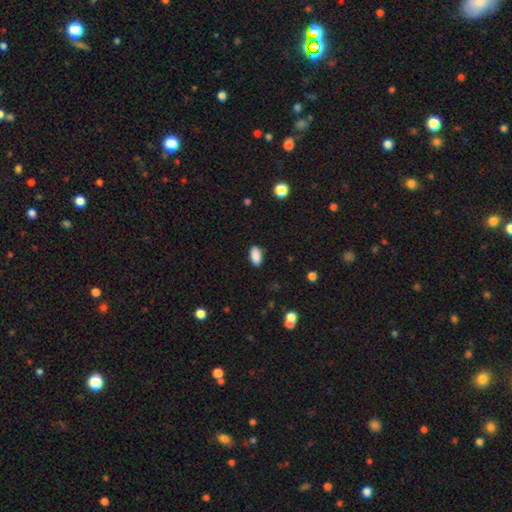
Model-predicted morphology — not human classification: Smooth or featured?
  - smooth: 89% *
  - star or artifact: 8%
  - featured or disk: 4%
How rounded?
  - in between: 91% *
  - cigar-shaped: 5%
  - round: 3%
Merging?
  - none: 87% *
  - minor disturbance: 9%
  - major disturbance: 2%
  - merger: 1%